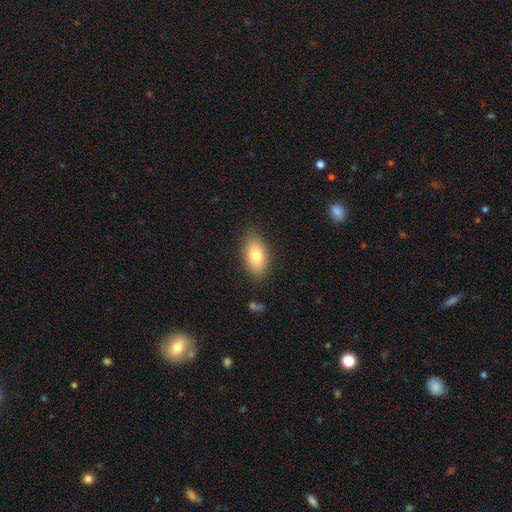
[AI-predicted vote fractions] Morphology: type=smooth (76%); roundness=in between (89%); merging=none (85%).